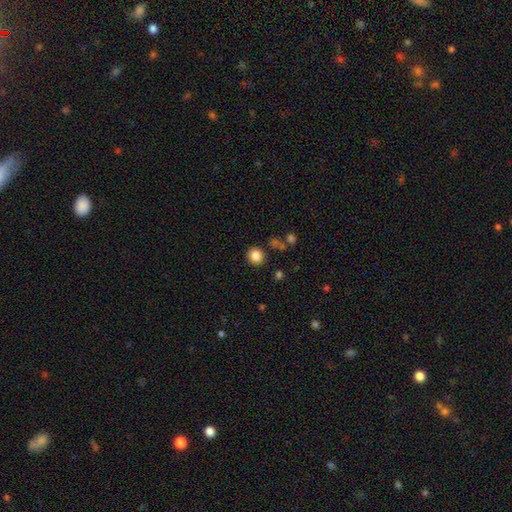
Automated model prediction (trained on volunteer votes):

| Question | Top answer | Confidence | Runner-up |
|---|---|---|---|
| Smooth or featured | smooth | 85% | star or artifact (10%) |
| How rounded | round | 87% | in between (12%) |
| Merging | none | 87% | minor disturbance (7%) |